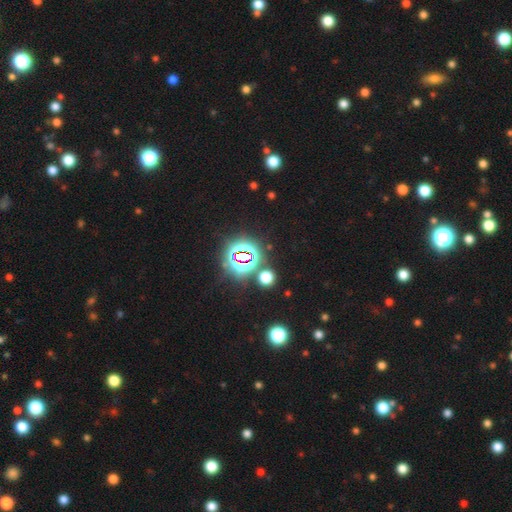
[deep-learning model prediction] Morphology: type=star or artifact (82%).